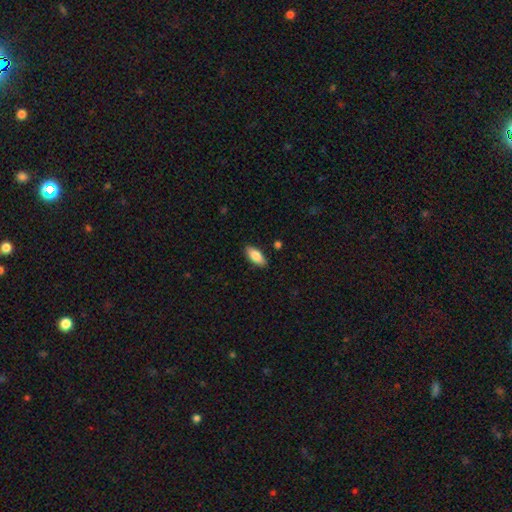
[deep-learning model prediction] The model was most divided on "smooth or featured": smooth: 84%, featured or disk: 10%, star or artifact: 6%. More confident: merging — none (88%); how rounded — in between (86%).